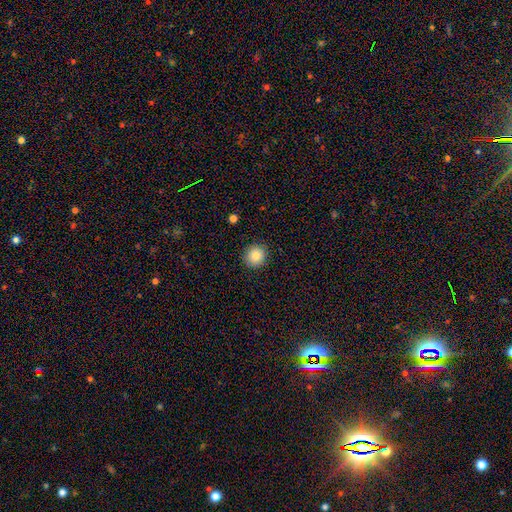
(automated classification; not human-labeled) Q: Smooth or featured?
A: smooth (85%); runner-up: star or artifact (9%)
Q: How rounded?
A: round (90%); runner-up: in between (9%)
Q: Merging?
A: none (90%); runner-up: minor disturbance (7%)